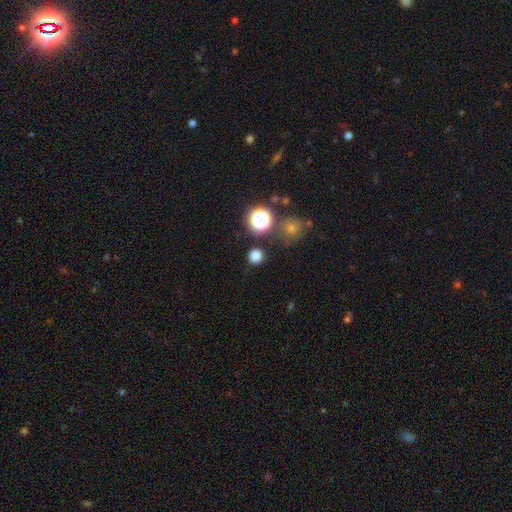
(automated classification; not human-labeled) Smooth or featured: smooth — 75% (star or artifact — 20%)
How rounded: round — 93% (in between — 6%)
Merging: none — 86% (minor disturbance — 8%)